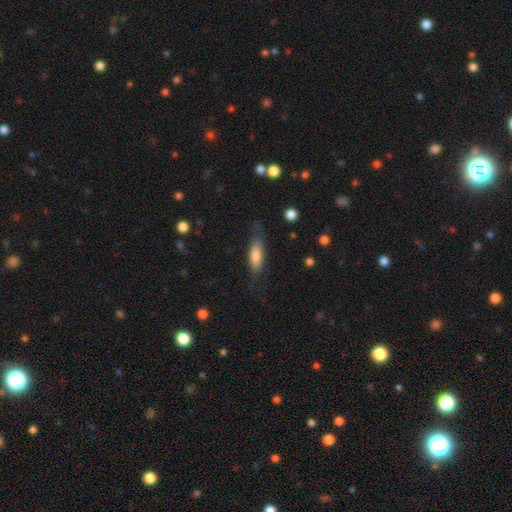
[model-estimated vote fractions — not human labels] A smooth galaxy with no disk features (70%) that is in between round and cigar-shaped (58%).

Vote fractions:
- Smooth or featured? smooth: 70% / featured or disk: 23% / star or artifact: 7%
- How rounded? in between: 58% / cigar-shaped: 40% / round: 2%
- Merging? none: 65% / minor disturbance: 23% / major disturbance: 10% / merger: 2%